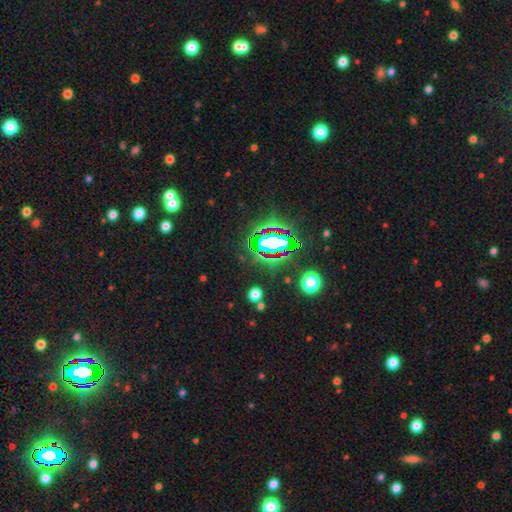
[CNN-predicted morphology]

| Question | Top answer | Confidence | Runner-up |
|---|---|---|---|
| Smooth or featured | star or artifact | 76% | smooth (15%) |